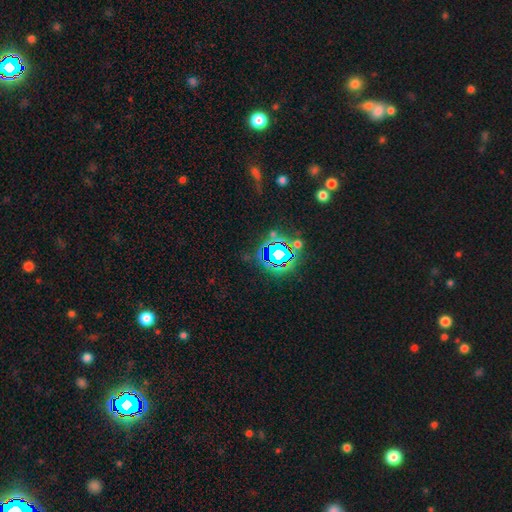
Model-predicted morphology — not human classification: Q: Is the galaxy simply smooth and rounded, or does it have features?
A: star or artifact — 80%.